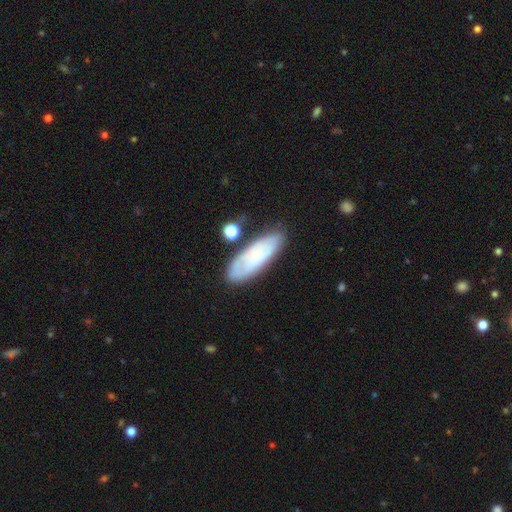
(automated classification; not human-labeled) Smooth or featured?
  - smooth: 56% *
  - featured or disk: 37%
  - star or artifact: 7%
How rounded?
  - in between: 65% *
  - cigar-shaped: 32%
  - round: 2%
Merging?
  - none: 71% *
  - minor disturbance: 18%
  - merger: 7%
  - major disturbance: 5%